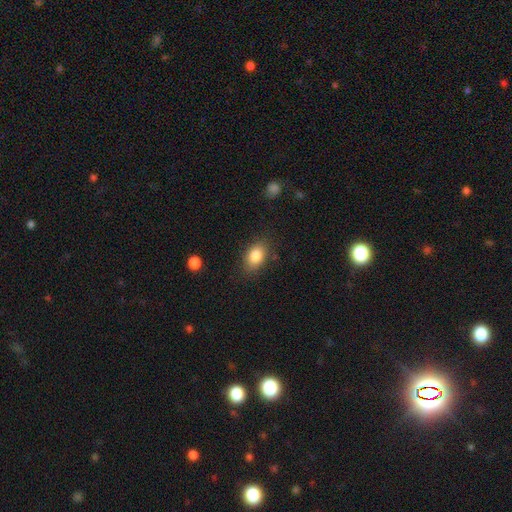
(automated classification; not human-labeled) The model was most divided on "merging": none: 81%, minor disturbance: 13%, major disturbance: 4%, merger: 2%. More confident: how rounded — in between (85%); smooth or featured — smooth (84%).